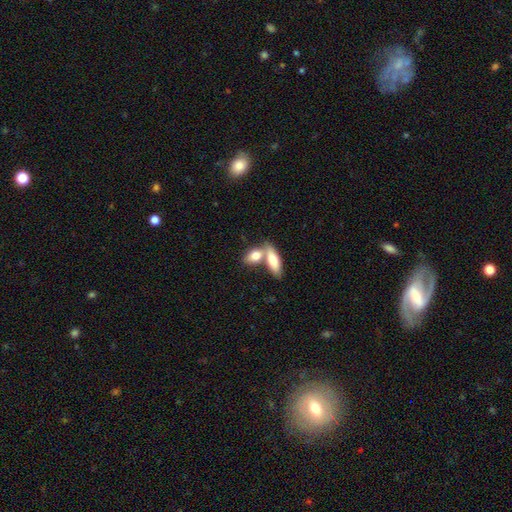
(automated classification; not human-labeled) Smooth or featured: smooth — 77% (featured or disk — 18%)
How rounded: in between — 80% (cigar-shaped — 13%)
Merging: merger — 55% (none — 34%)